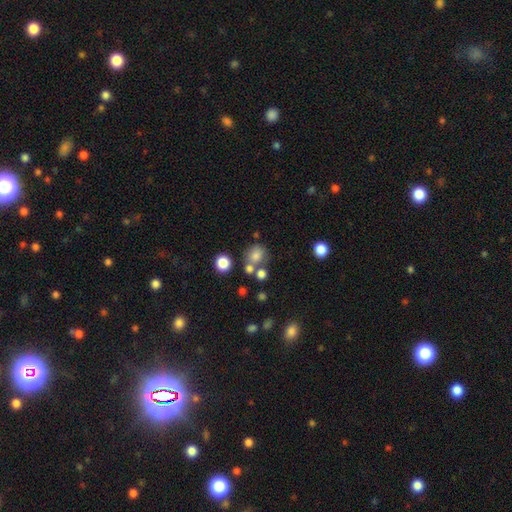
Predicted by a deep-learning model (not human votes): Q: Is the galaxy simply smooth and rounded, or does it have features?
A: smooth — 75%.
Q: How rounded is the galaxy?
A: round — 75%.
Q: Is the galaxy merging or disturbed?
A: none — 58%.